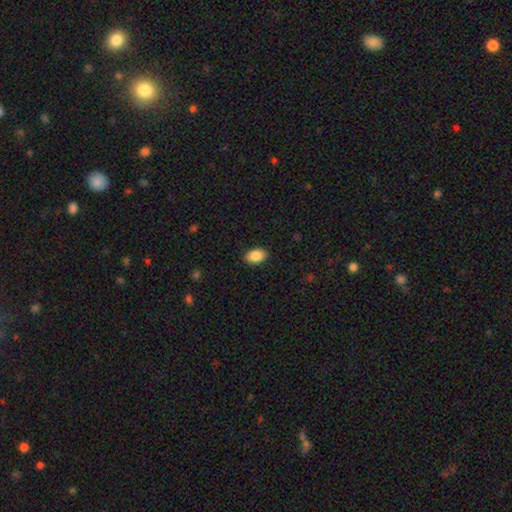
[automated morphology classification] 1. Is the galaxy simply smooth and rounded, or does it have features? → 87% smooth, 7% star or artifact, 5% featured or disk.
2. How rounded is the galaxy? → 89% in between, 9% round, 1% cigar-shaped.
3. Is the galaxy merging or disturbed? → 89% none, 8% minor disturbance, 2% major disturbance, 1% merger.